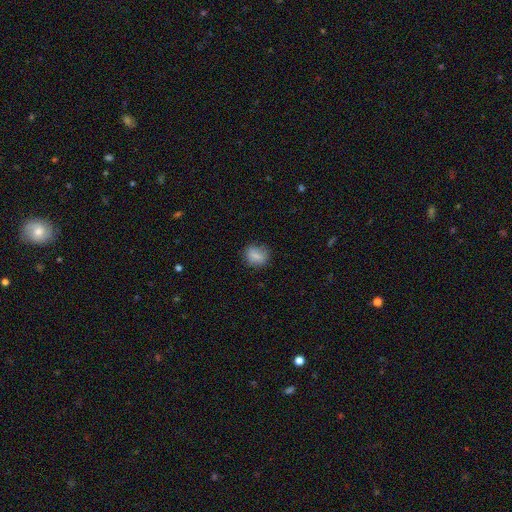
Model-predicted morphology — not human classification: smooth 81%, featured or disk 10%, star or artifact 9%. Down the decision tree: how rounded — round (56%); merging — none (80%).